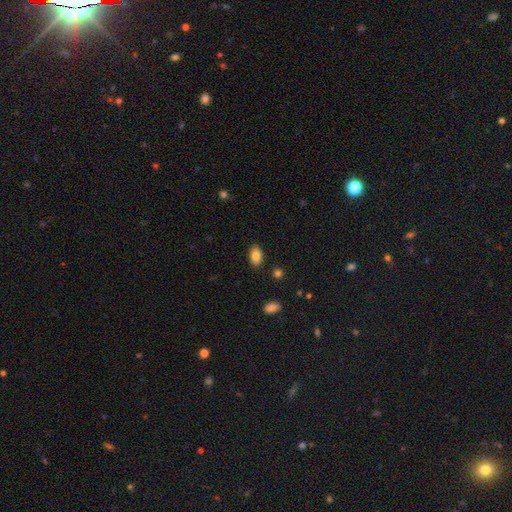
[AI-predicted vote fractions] smooth_or_featured: smooth (p=0.85) [alt: star or artifact p=0.08]
how_rounded: in between (p=0.92) [alt: round p=0.06]
merging: none (p=0.87) [alt: minor disturbance p=0.09]